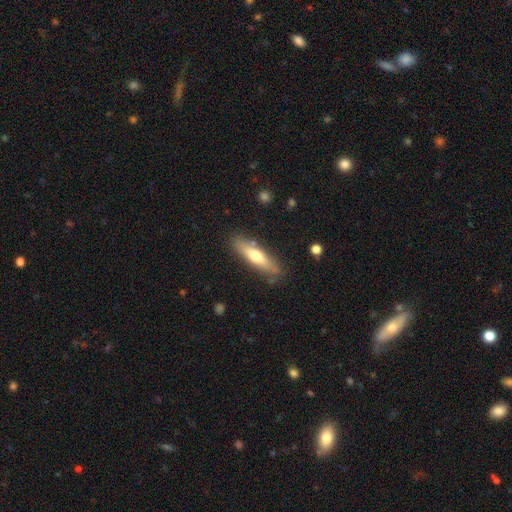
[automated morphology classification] This is possibly a smooth galaxy (58%). How rounded: likely cigar-shaped (70%). Merging: clearly none (81%).